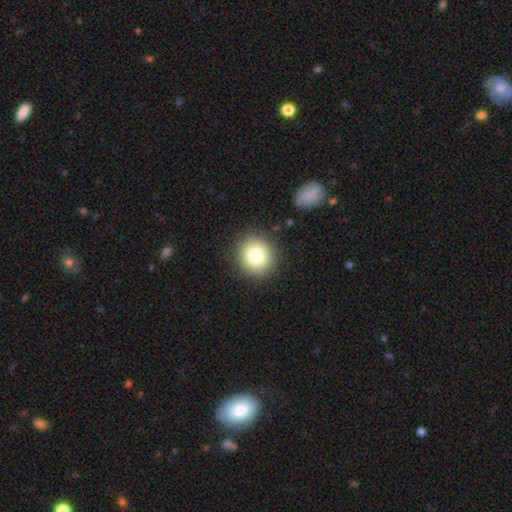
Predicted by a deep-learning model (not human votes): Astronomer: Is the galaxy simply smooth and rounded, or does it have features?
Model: smooth — 79%.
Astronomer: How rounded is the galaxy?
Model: round — 90%.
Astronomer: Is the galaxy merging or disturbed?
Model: none — 89%.